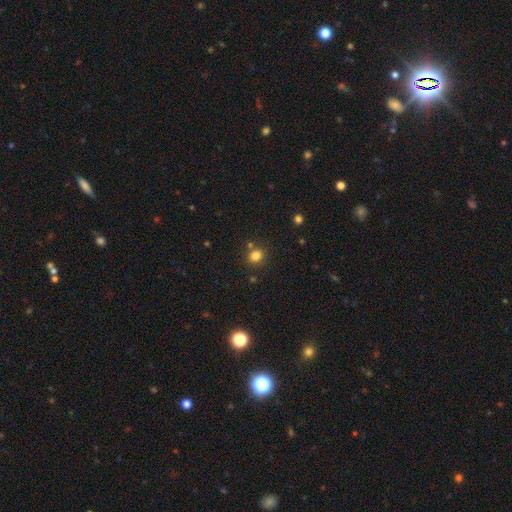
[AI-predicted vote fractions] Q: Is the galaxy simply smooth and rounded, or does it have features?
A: smooth — 80%.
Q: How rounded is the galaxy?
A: round — 79%.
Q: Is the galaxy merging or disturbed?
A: none — 77%.